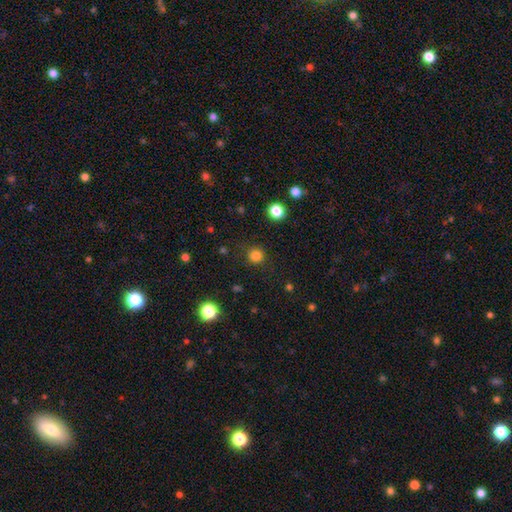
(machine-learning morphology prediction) Smooth or featured?
  - smooth: 82% *
  - star or artifact: 15%
  - featured or disk: 4%
How rounded?
  - round: 94% *
  - in between: 5%
  - cigar-shaped: 1%
Merging?
  - none: 89% *
  - minor disturbance: 7%
  - major disturbance: 3%
  - merger: 1%